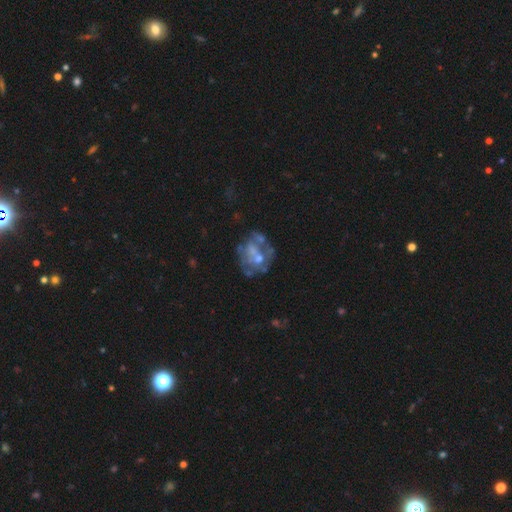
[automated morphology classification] Smooth or featured: featured or disk — 67% (smooth — 23%)
Edge-on disk: no — 98% (yes — 2%)
Bar: no — 85% (weak — 12%)
Spiral arms: no — 84% (yes — 16%)
Bulge size: moderate — 37% (small — 29%)
Merging: none — 42% (major disturbance — 22%)